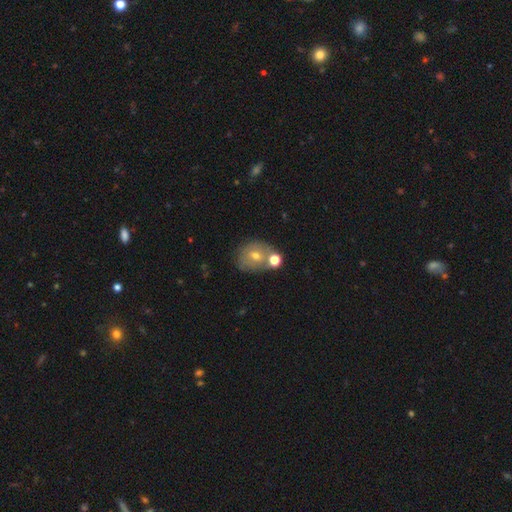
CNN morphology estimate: Overall: smooth (54%; featured or disk 33%). How rounded: round (63%; in between 36%). Merging: none (52%; merger 26%).